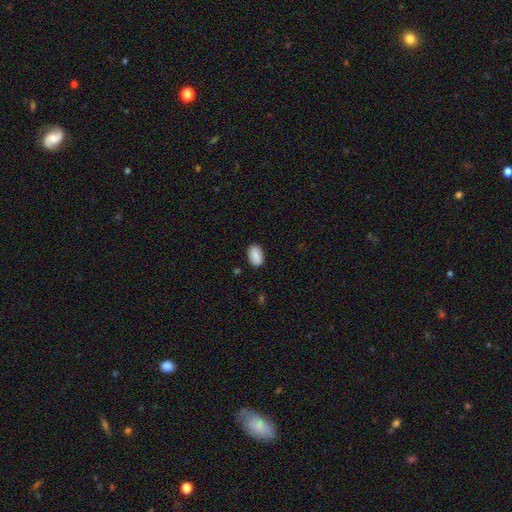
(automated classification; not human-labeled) Smooth or featured?
  - smooth: 88% *
  - star or artifact: 7%
  - featured or disk: 5%
How rounded?
  - in between: 91% *
  - round: 8%
  - cigar-shaped: 2%
Merging?
  - none: 86% *
  - minor disturbance: 10%
  - major disturbance: 2%
  - merger: 1%